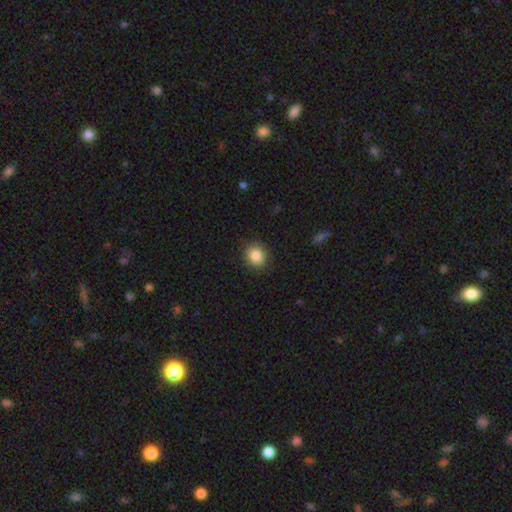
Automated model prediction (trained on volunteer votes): A smooth galaxy with no disk features (86%) that is round (80%). Merging: none (89%).